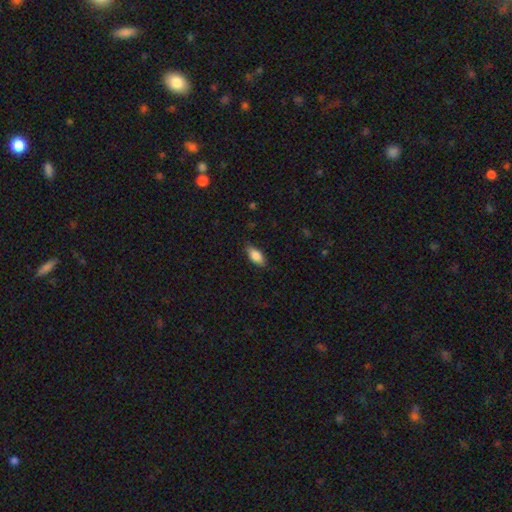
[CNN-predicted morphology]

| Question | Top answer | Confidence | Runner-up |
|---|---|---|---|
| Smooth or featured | smooth | 85% | featured or disk (8%) |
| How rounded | in between | 88% | cigar-shaped (9%) |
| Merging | none | 81% | minor disturbance (15%) |